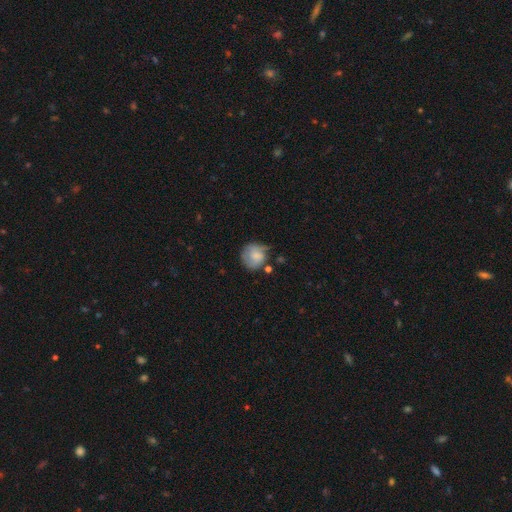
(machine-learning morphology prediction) smooth_or_featured: smooth (p=0.68) [alt: featured or disk p=0.24]
how_rounded: round (p=0.82) [alt: in between p=0.17]
merging: none (p=0.51) [alt: minor disturbance p=0.31]